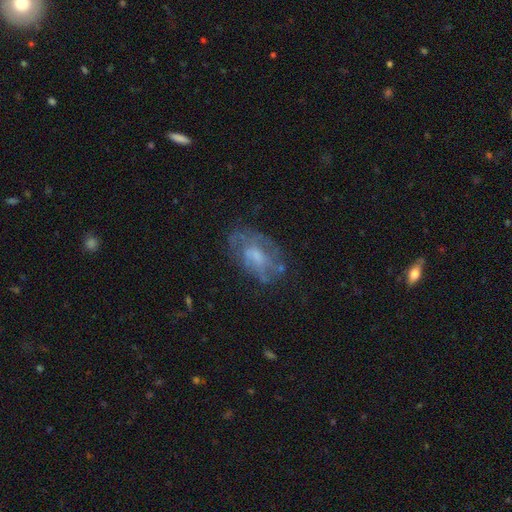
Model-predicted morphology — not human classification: The model was most divided on "bulge size": moderate: 39%, small: 36%, none: 18%, large: 5%, dominant: 1%. More confident: edge-on disk — no (95%); bar — no (67%); smooth or featured — featured or disk (61%); merging — none (59%); spiral arms — yes (53%).